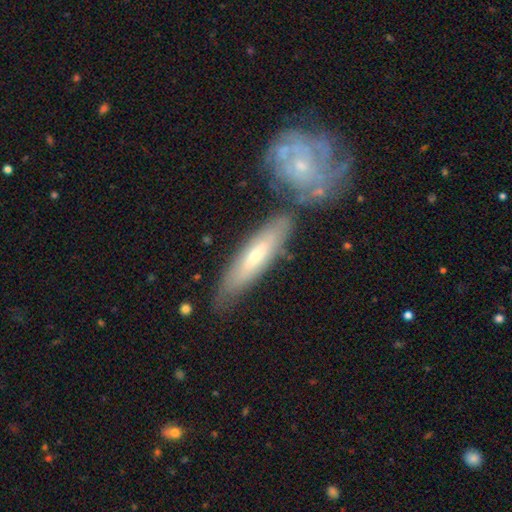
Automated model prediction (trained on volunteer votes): smooth-or-featured: featured or disk: 47% (tied) | smooth: 47% (tied) | star or artifact: 6%
  merging: none: 70% | minor disturbance: 14% | merger: 12% | major disturbance: 4%